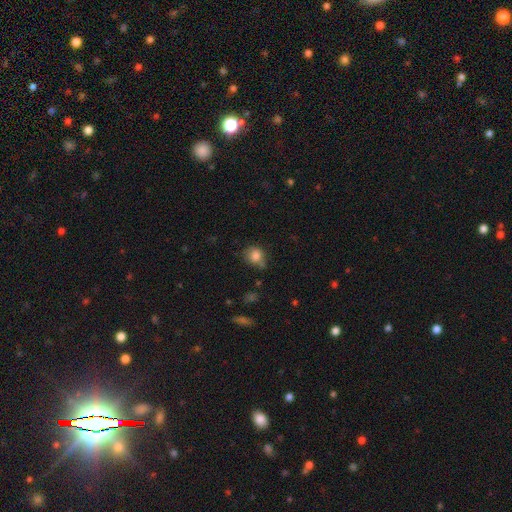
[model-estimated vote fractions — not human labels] This is clearly a smooth galaxy (81%). How rounded: likely round (74%). Merging: likely none (64%).